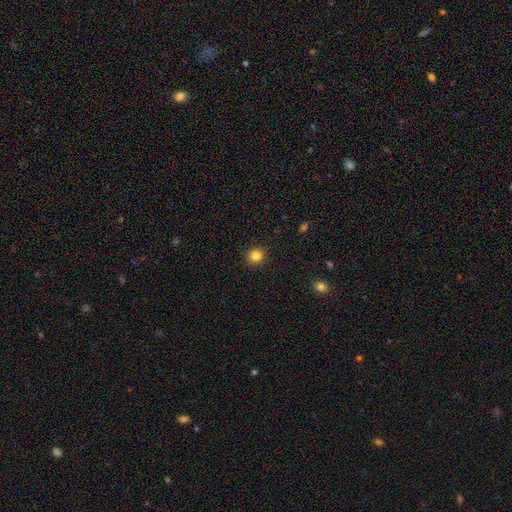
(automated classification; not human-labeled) Smooth or featured? Predicted: smooth (p=0.84). How rounded? Predicted: round (p=0.91). Merging? Predicted: none (p=0.93).